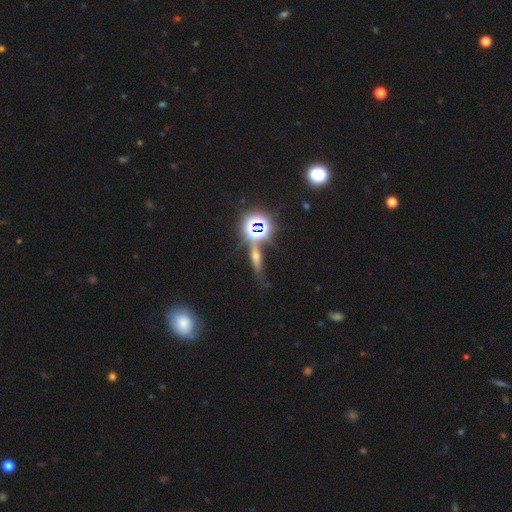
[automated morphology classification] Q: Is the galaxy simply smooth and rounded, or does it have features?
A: star or artifact — 40%.